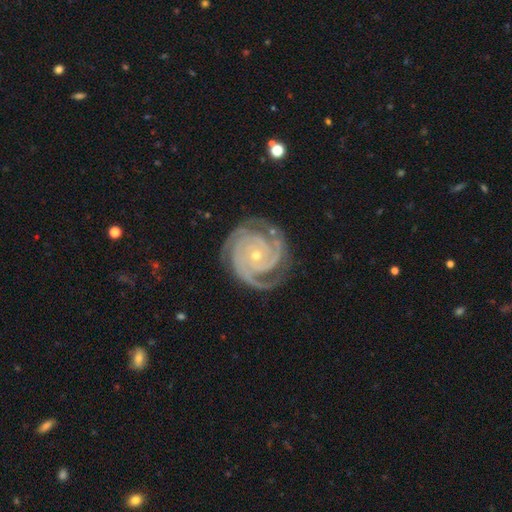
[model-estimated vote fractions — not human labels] smooth-or-featured: featured or disk: 93% | star or artifact: 4% | smooth: 3%
  disk-edge-on: no: 98% | yes: 2%
    bar: no: 77% | weak: 16% | strong: 8%
    has-spiral-arms: yes: 99% | no: 1%
      spiral-winding: tight: 79% | medium: 19% | loose: 2%
      spiral-arm-count: 3: 45% | 2: 26% | 4: 12% | can't tell: 7% | more than 4: 5% | 1: 5%
    bulge-size: small: 75% | moderate: 22% | none: 1% | large: 1% | dominant: 1%
  merging: none: 78% | minor disturbance: 16% | major disturbance: 5% | merger: 1%